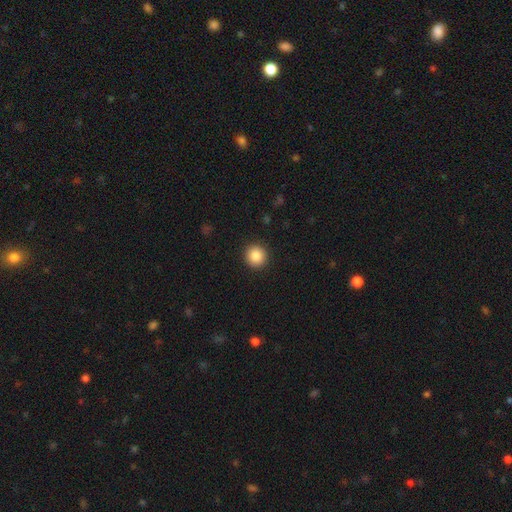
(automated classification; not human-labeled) Overall: smooth (87%). How rounded: round (94%). Merging: none (93%).